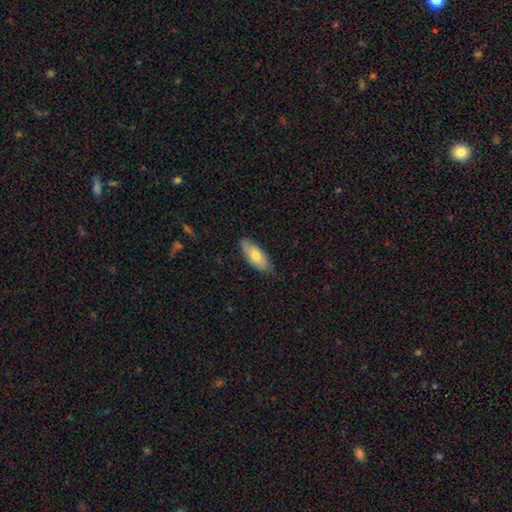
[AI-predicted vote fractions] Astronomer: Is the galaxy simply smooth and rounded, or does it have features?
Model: smooth — 67%.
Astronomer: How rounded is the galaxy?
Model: in between — 82%.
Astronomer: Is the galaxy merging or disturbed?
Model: none — 73%.